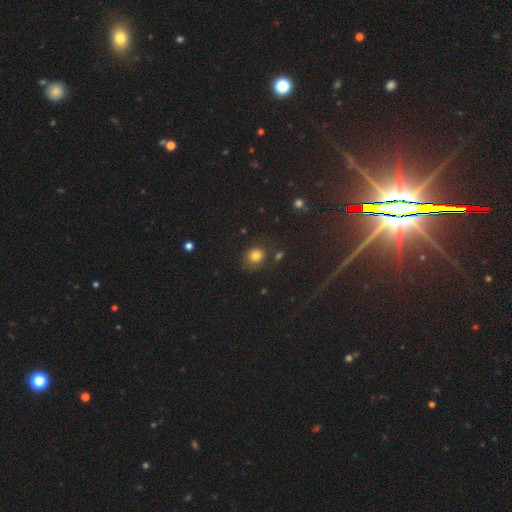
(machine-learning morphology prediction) smooth-or-featured: smooth: 78% | star or artifact: 15% | featured or disk: 7%
  how-rounded: round: 78% | in between: 21% | cigar-shaped: 1%
  merging: none: 75% | minor disturbance: 15% | major disturbance: 5% | merger: 5%